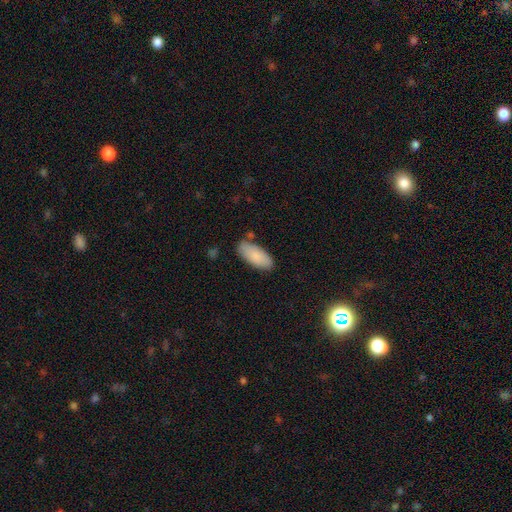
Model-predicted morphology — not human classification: Smooth or featured? Predicted: smooth (p=0.85). How rounded? Predicted: in between (p=0.87). Merging? Predicted: none (p=0.78).